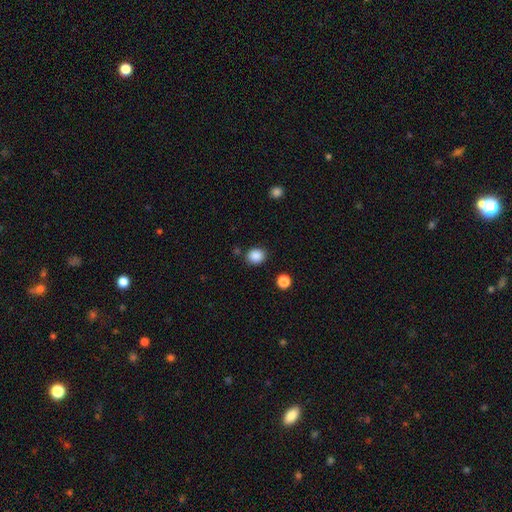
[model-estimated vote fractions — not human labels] This appears to be a smooth galaxy with no disk features (87%) that is round (68%). Merging: none (85%).